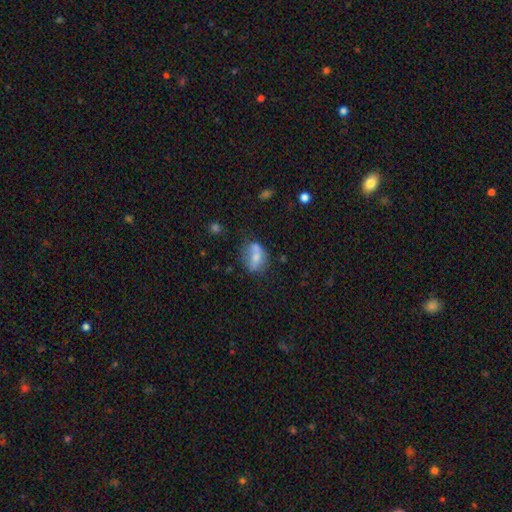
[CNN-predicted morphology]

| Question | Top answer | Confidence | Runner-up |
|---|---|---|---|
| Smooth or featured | smooth | 61% | featured or disk (29%) |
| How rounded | in between | 69% | round (27%) |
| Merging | none | 42% | minor disturbance (24%) |